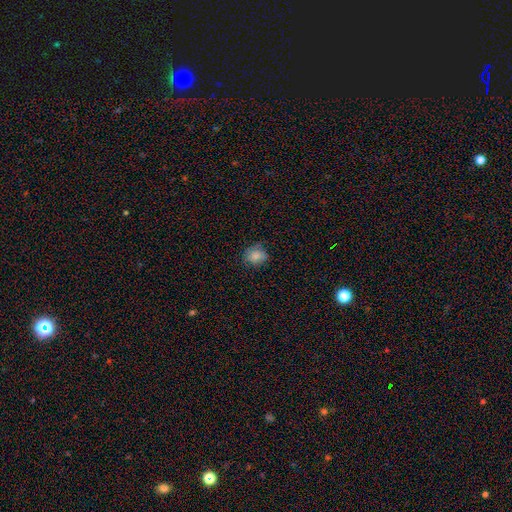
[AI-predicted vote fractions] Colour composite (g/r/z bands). It shows a smooth galaxy with no disk features (82%) that is round (63%). Merging: none (69%).